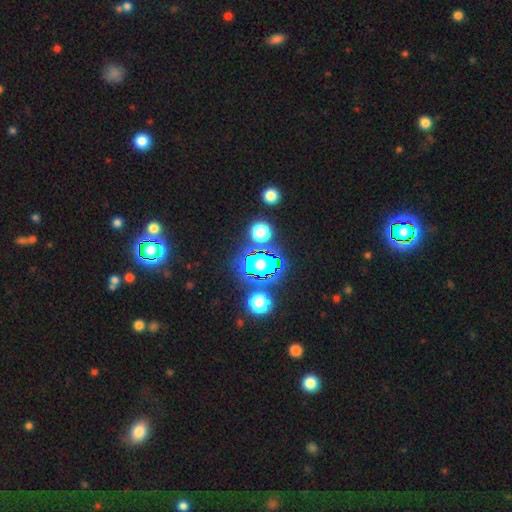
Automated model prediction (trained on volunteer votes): Smooth or featured? Predicted: star or artifact (p=0.78).